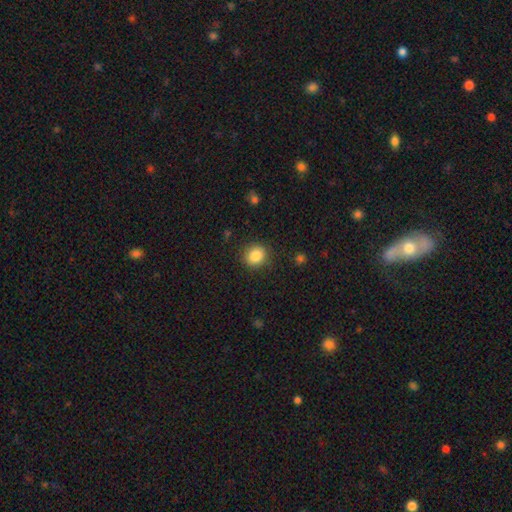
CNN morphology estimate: smooth_or_featured: smooth (p=0.85) [alt: star or artifact p=0.10]
how_rounded: round (p=0.79) [alt: in between p=0.20]
merging: none (p=0.88) [alt: minor disturbance p=0.08]